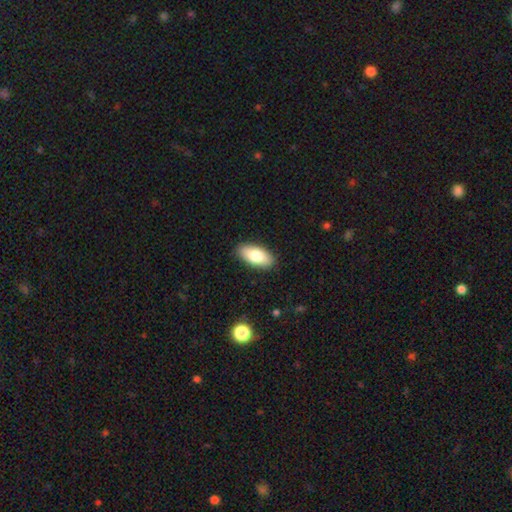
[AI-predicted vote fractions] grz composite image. It shows a smooth galaxy with no disk features (80%) that is in between round and cigar-shaped (90%). Merging: none (90%).